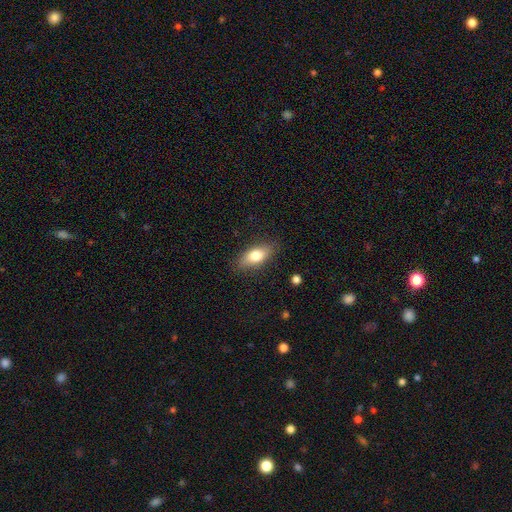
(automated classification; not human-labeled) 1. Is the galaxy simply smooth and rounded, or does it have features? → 75% smooth, 18% featured or disk, 7% star or artifact.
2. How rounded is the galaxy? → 81% in between, 15% cigar-shaped, 4% round.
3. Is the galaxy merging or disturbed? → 84% none, 12% minor disturbance, 3% major disturbance, 1% merger.